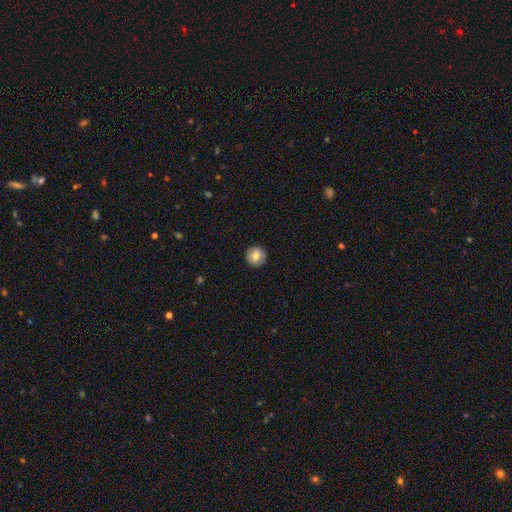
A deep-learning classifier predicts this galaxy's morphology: Smooth or featured?
  - smooth: 81% *
  - featured or disk: 11%
  - star or artifact: 8%
How rounded?
  - round: 96% *
  - in between: 3%
  - cigar-shaped: 1%
Merging?
  - none: 92% *
  - minor disturbance: 5%
  - major disturbance: 2%
  - merger: 1%